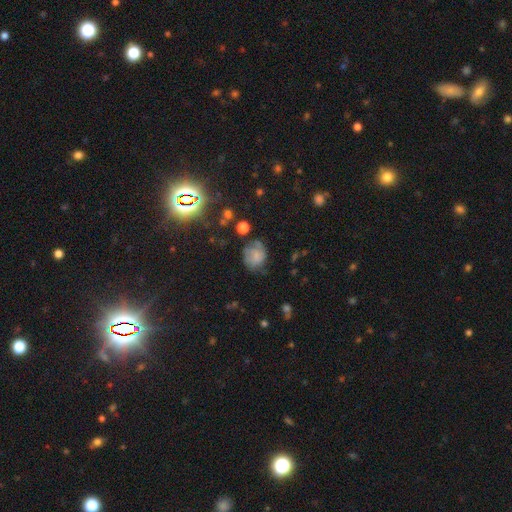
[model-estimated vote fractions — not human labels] Smooth or featured?
  - smooth: 57% *
  - featured or disk: 31%
  - star or artifact: 13%
How rounded?
  - round: 61% *
  - in between: 38%
  - cigar-shaped: 1%
Merging?
  - none: 55% *
  - minor disturbance: 27%
  - major disturbance: 15%
  - merger: 4%